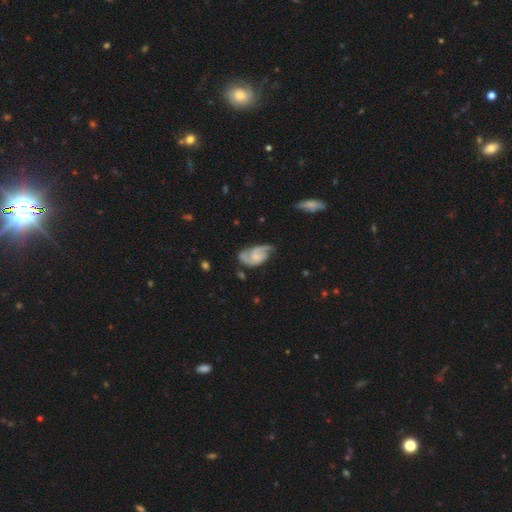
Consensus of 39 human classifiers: smooth_or_featured: featured or disk (p=0.87) [alt: smooth p=0.13]
disk_edge_on: no (p=0.94) [alt: yes p=0.06]
bar: no (p=0.59) [alt: weak p=0.31]
has_spiral_arms: yes (p=0.88) [alt: no p=0.12]
spiral_winding: tight (p=0.54) [alt: medium p=0.32]
spiral_arm_count: 2 (p=0.79) [alt: 1 p=0.14]
bulge_size: none (p=0.38) [alt: small p=0.31]
merging: none (p=0.49) [alt: minor disturbance p=0.28]